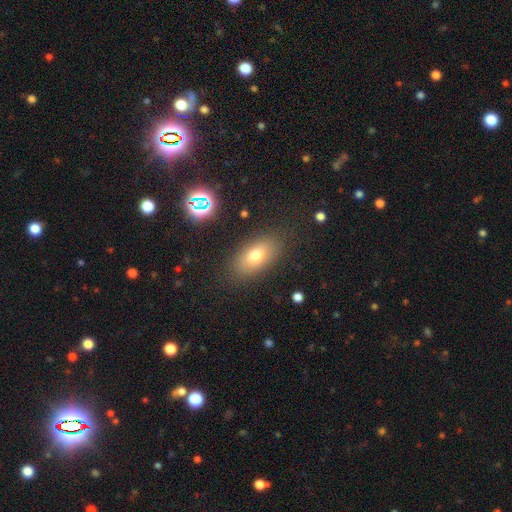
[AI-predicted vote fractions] Smooth or featured?
  - smooth: 72% *
  - featured or disk: 16%
  - star or artifact: 12%
How rounded?
  - in between: 87% *
  - round: 8%
  - cigar-shaped: 5%
Merging?
  - none: 84% *
  - minor disturbance: 10%
  - major disturbance: 4%
  - merger: 2%